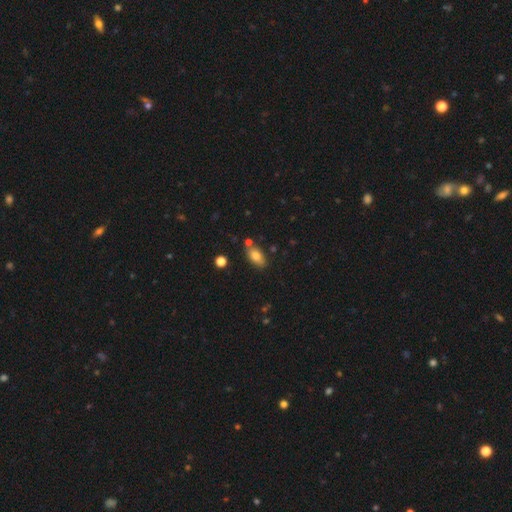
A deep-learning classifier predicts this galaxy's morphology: Overall: smooth (79%). How rounded: in between (89%). Merging: none (75%).